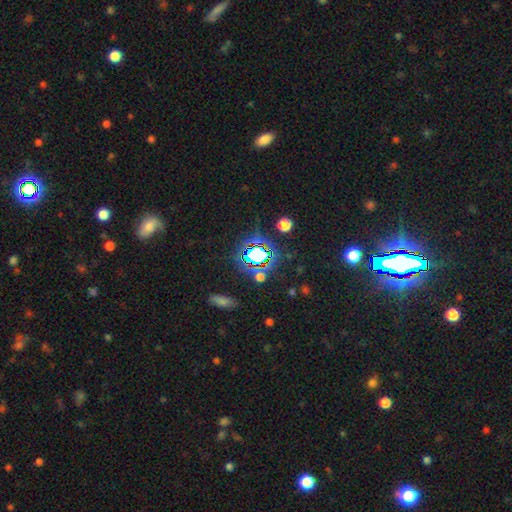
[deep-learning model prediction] Morphology: type=star or artifact (67%).